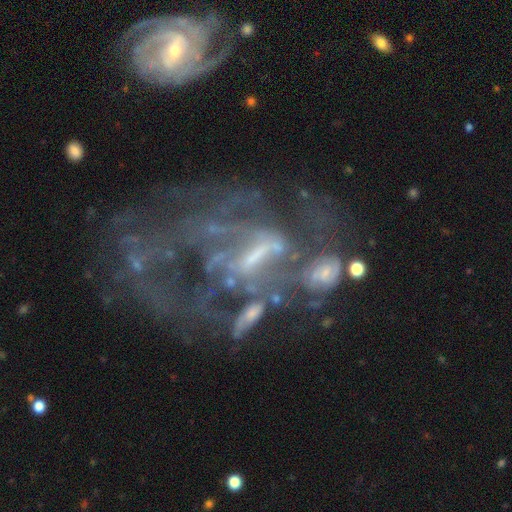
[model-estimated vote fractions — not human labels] This appears to be a featured or disk galaxy (77%) with a strong bar (40%), spiral arms (64%) and no central bulge (37%). Merging: major disturbance (34%).